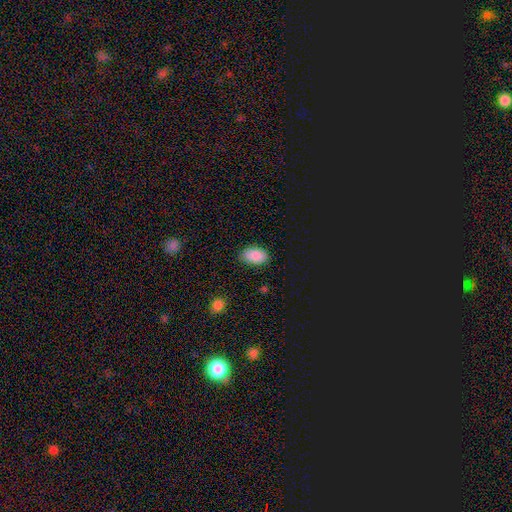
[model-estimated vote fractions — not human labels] Overall: smooth (88%). How rounded: in between (90%). Merging: none (84%).